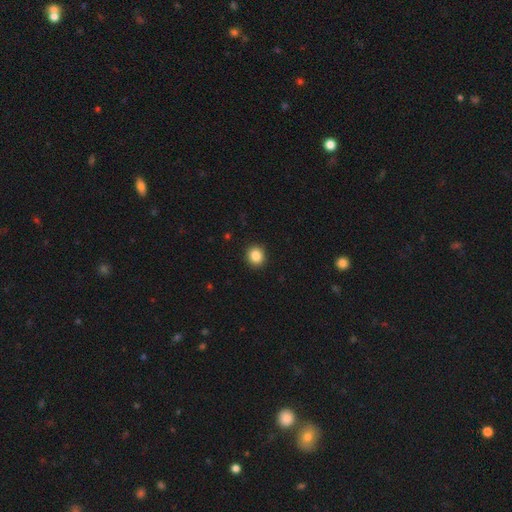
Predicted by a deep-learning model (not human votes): smooth_or_featured: smooth (p=0.86) [alt: star or artifact p=0.10]
how_rounded: round (p=0.84) [alt: in between p=0.15]
merging: none (p=0.92) [alt: minor disturbance p=0.06]